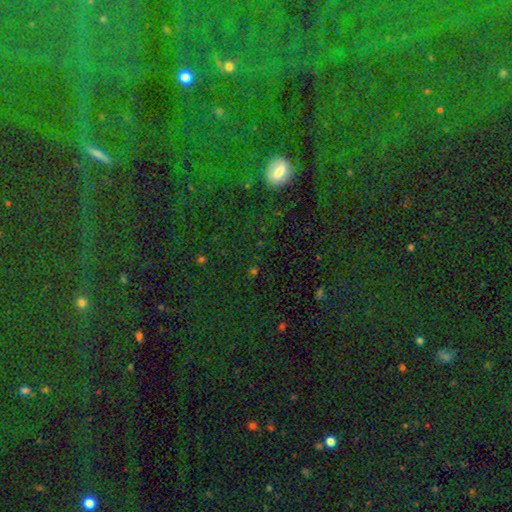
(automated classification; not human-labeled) smooth_or_featured: star or artifact (p=0.79) [alt: smooth p=0.12]